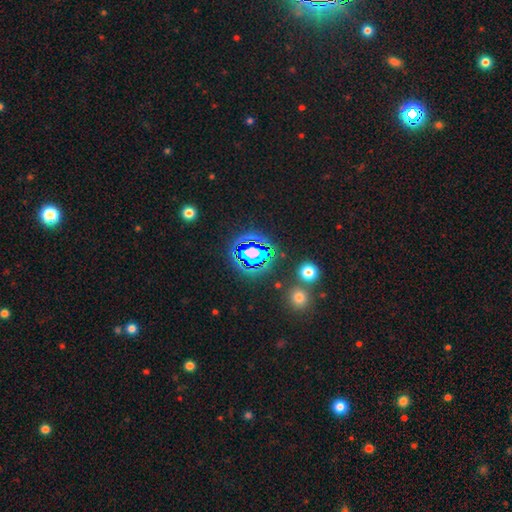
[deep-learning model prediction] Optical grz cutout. It shows a star or artifact, not a galaxy (68%).